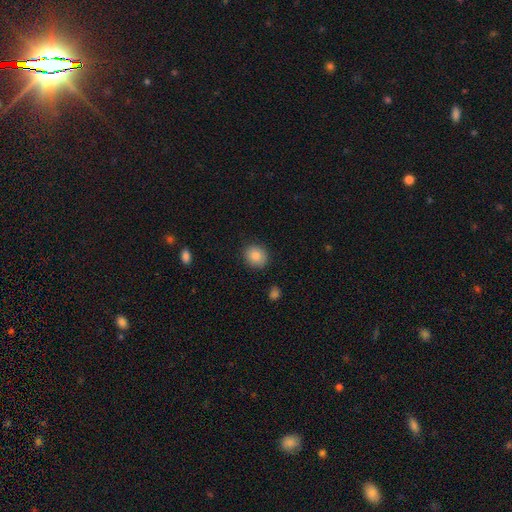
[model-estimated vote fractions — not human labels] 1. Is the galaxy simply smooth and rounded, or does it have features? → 86% smooth, 9% star or artifact, 5% featured or disk.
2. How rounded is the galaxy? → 79% round, 20% in between, 1% cigar-shaped.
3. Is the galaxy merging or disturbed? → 88% none, 9% minor disturbance, 2% major disturbance, 1% merger.